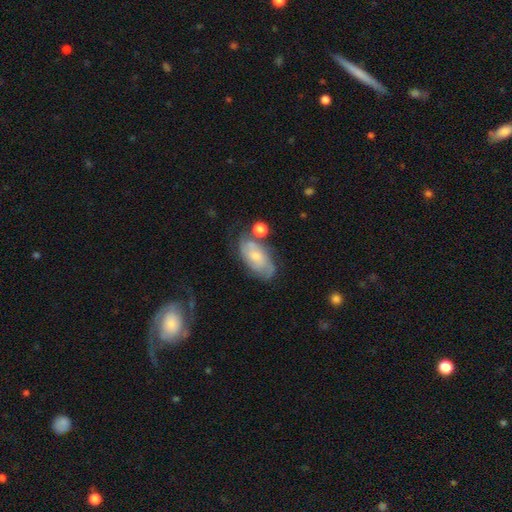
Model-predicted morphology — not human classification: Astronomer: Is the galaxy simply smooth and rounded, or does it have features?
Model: featured or disk — 58% (runner-up: smooth, 35%).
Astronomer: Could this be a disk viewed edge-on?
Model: no — 94%.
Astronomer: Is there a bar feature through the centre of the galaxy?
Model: no — 70%.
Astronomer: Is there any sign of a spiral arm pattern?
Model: yes — 82%.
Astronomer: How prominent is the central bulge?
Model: small — 57% (runner-up: moderate, 34%).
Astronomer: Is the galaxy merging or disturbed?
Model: none — 55%.